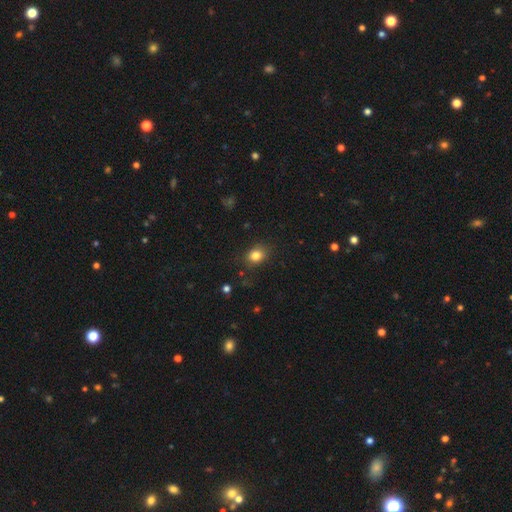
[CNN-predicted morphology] A smooth galaxy with no disk features (82%) that is in between round and cigar-shaped (51%).

Vote fractions:
- Smooth or featured? smooth: 82% / star or artifact: 11% / featured or disk: 6%
- How rounded? in between: 51% / round: 48% / cigar-shaped: 1%
- Merging? none: 81% / minor disturbance: 13% / major disturbance: 4% / merger: 1%